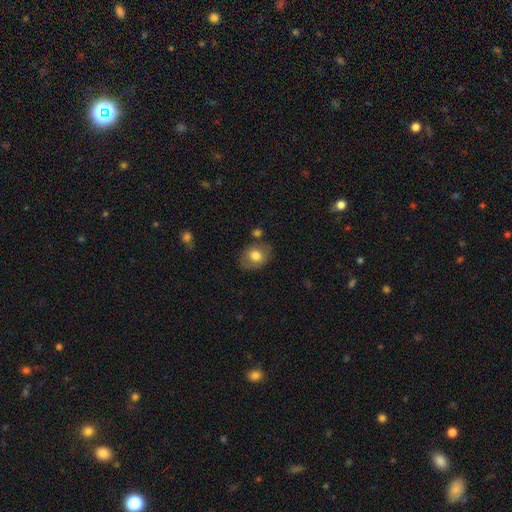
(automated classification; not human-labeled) A smooth galaxy with no disk features (72%) that is in between round and cigar-shaped (55%).

Vote fractions:
- Smooth or featured? smooth: 72% / featured or disk: 20% / star or artifact: 8%
- How rounded? in between: 55% / round: 44% / cigar-shaped: 1%
- Merging? none: 72% / minor disturbance: 17% / merger: 6% / major disturbance: 5%